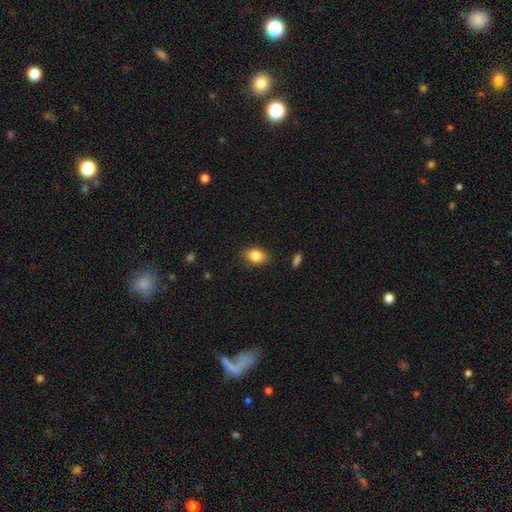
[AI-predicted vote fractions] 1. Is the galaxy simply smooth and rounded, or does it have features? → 84% smooth, 8% star or artifact, 8% featured or disk.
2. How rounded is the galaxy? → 81% in between, 17% round, 2% cigar-shaped.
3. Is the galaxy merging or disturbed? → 84% none, 12% minor disturbance, 3% major disturbance, 1% merger.